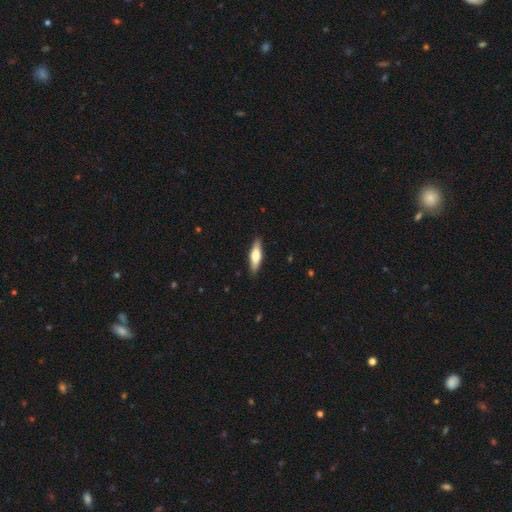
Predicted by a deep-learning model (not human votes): Smooth or featured? smooth (58%)
How rounded? cigar-shaped (60%)
Merging? none (89%)